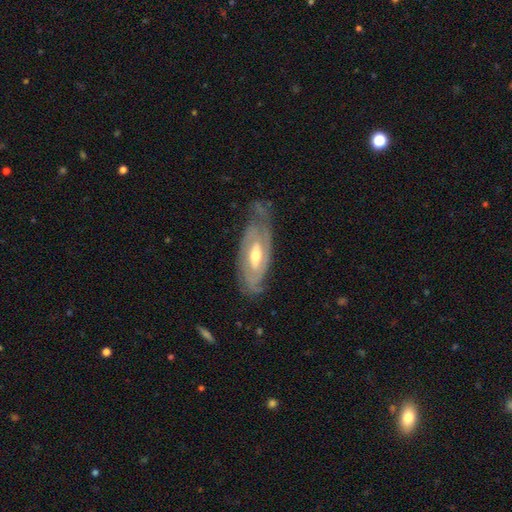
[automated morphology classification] Smooth or featured: featured or disk — 84% (smooth — 12%)
Edge-on disk: no — 88% (yes — 12%)
Bar: no — 42% (weak — 40%)
Spiral arms: yes — 90% (no — 10%)
Spiral winding: tight — 66% (medium — 26%)
Spiral arm count: 2 — 51% (can't tell — 30%)
Bulge size: moderate — 70% (small — 22%)
Merging: none — 66% (minor disturbance — 22%)